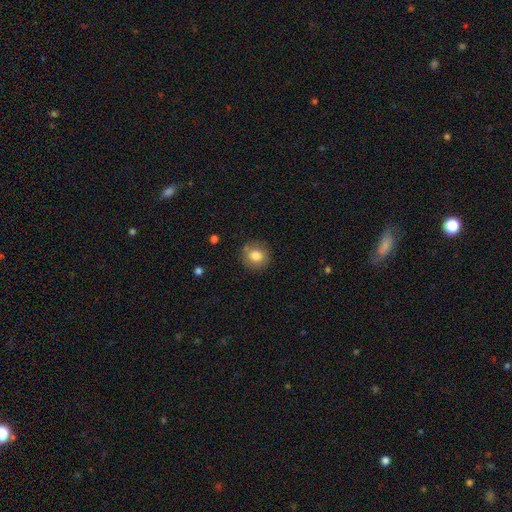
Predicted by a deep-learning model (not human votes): smooth_or_featured: smooth (p=0.81) [alt: star or artifact p=0.10]
how_rounded: round (p=0.87) [alt: in between p=0.12]
merging: none (p=0.84) [alt: minor disturbance p=0.11]